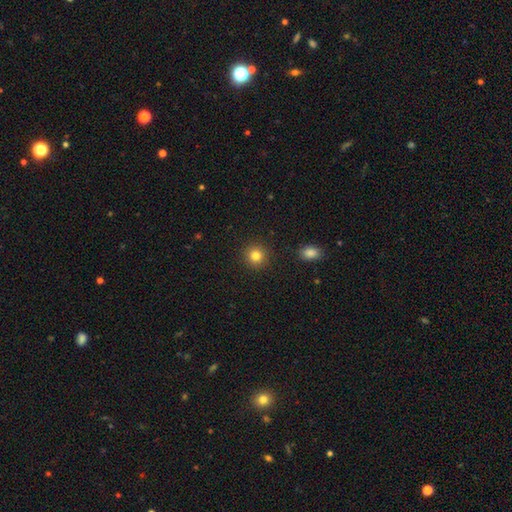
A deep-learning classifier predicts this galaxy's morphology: Smooth or featured? smooth (82%)
How rounded? round (93%)
Merging? none (91%)